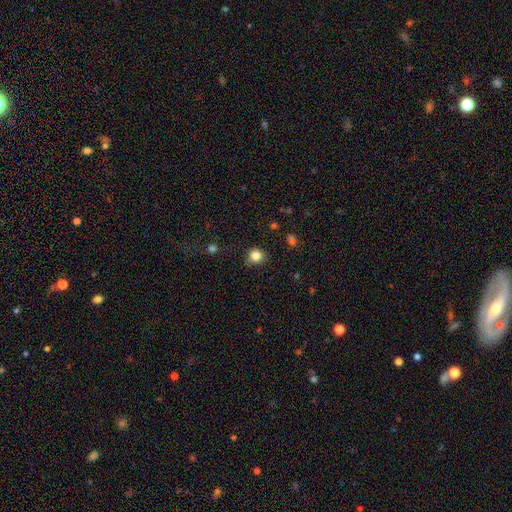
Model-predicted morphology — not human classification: This appears to be a smooth galaxy with no disk features (84%) that is round (85%). Merging: none (77%).